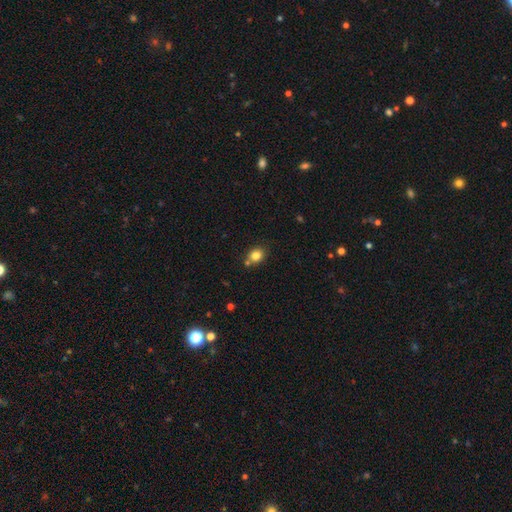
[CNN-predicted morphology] smooth_or_featured: smooth (p=0.81) [alt: star or artifact p=0.11]
how_rounded: round (p=0.68) [alt: in between p=0.31]
merging: none (p=0.70) [alt: merger p=0.15]